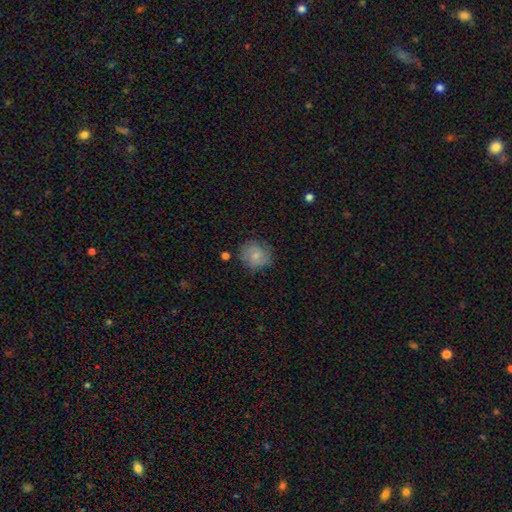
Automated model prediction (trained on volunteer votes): Smooth or featured: smooth — 74% (featured or disk — 18%)
How rounded: round — 84% (in between — 16%)
Merging: none — 76% (minor disturbance — 17%)